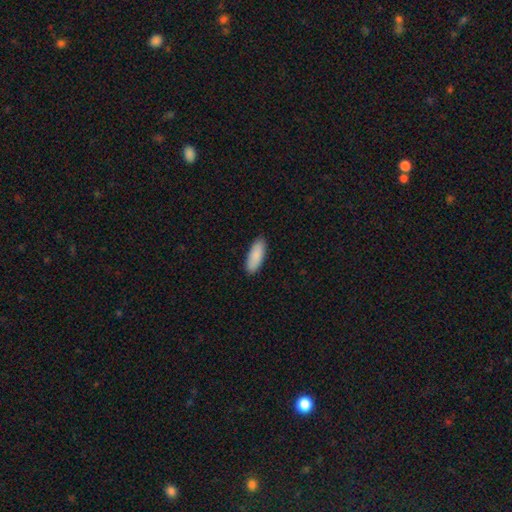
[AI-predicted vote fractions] This is clearly a smooth galaxy (90%). How rounded: likely in between (71%). Merging: clearly none (88%).